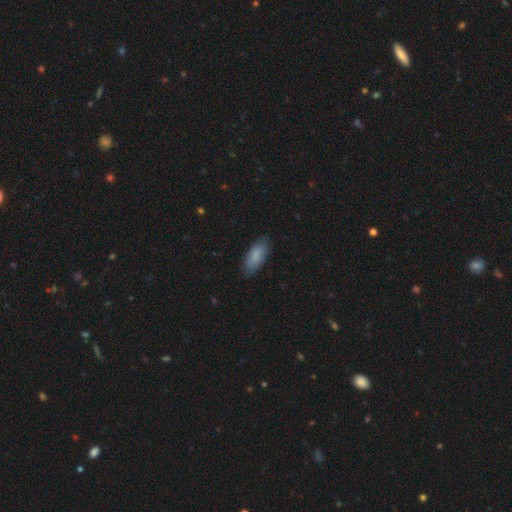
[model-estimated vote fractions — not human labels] A smooth galaxy with no disk features (85%) that is in between round and cigar-shaped (83%). Merging: none (83%).